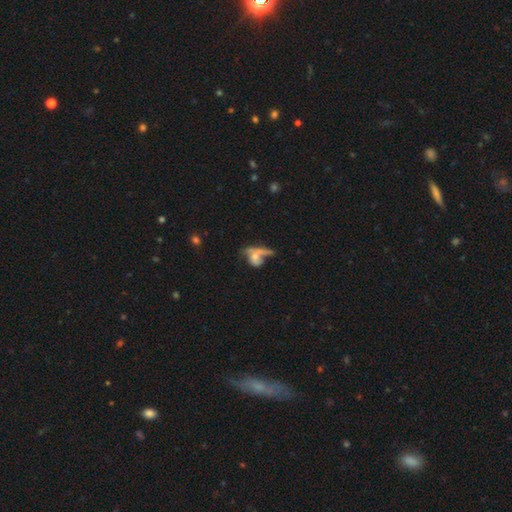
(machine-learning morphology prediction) A smooth galaxy with no disk features (49%).

Vote fractions:
- Smooth or featured? smooth: 49% / featured or disk: 39% / star or artifact: 12%
- Merging? merger: 35% / none: 30% / major disturbance: 22% / minor disturbance: 14%